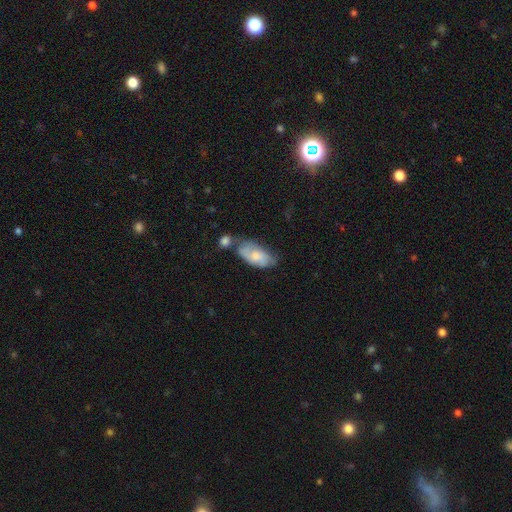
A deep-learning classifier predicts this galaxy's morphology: A smooth galaxy with no disk features (62%) that is in between round and cigar-shaped (91%).

Vote fractions:
- Smooth or featured? smooth: 62% / featured or disk: 32% / star or artifact: 7%
- How rounded? in between: 91% / cigar-shaped: 6% / round: 3%
- Merging? none: 37% / minor disturbance: 27% / merger: 24% / major disturbance: 11%